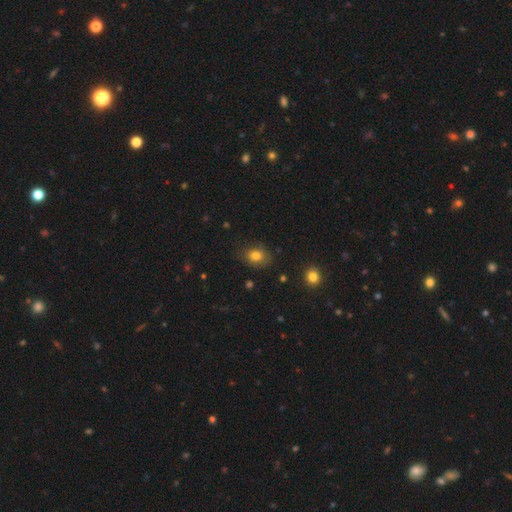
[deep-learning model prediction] Morphology: type=smooth (77%); roundness=in between (56%); merging=none (73%).